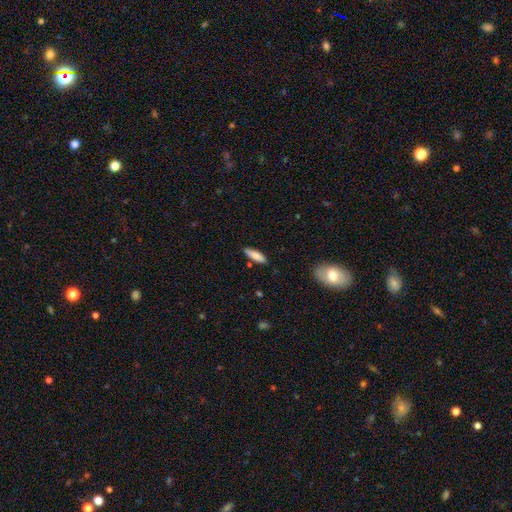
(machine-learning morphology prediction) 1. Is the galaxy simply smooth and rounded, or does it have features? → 84% smooth, 10% featured or disk, 6% star or artifact.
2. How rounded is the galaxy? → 54% cigar-shaped, 44% in between, 2% round.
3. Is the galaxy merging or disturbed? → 84% none, 11% minor disturbance, 2% merger, 2% major disturbance.